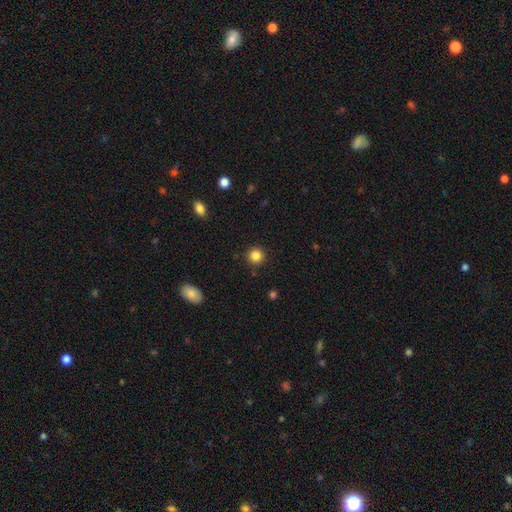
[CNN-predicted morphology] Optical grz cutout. It shows a smooth galaxy with no disk features (85%) that is round (94%). Merging: none (92%).